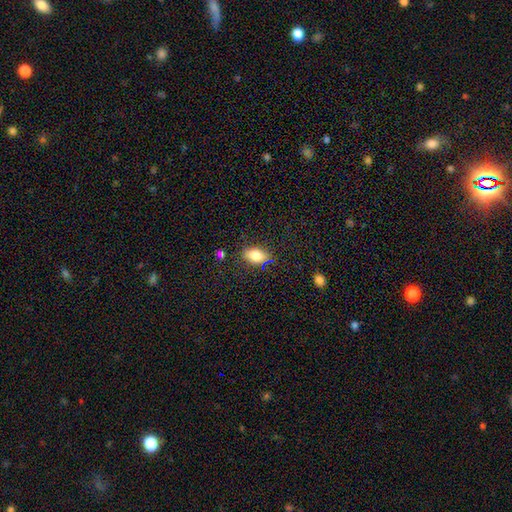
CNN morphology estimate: Smooth or featured? smooth (79%)
How rounded? in between (83%)
Merging? none (80%)